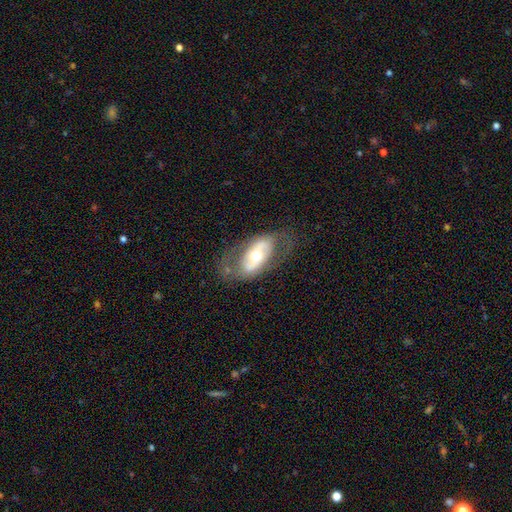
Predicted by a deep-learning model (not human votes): A featured or disk galaxy (64%) with no bar (56%), no spiral arms (59%) and a moderate central bulge (71%). Merging: none (66%).